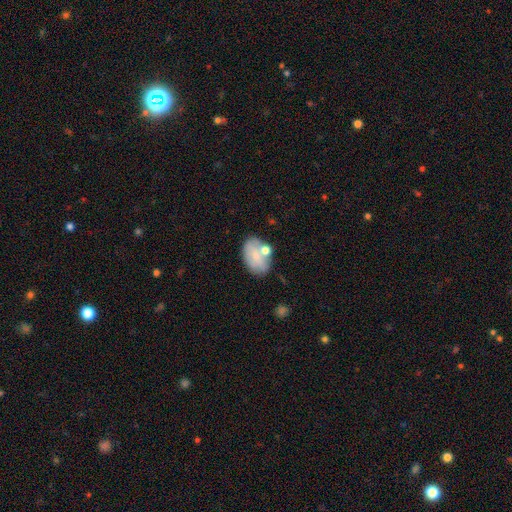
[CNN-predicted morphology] smooth-or-featured: smooth: 71% | featured or disk: 21% | star or artifact: 8%
  how-rounded: in between: 87% | round: 12% | cigar-shaped: 1%
  merging: none: 57% | minor disturbance: 19% | merger: 17% | major disturbance: 6%